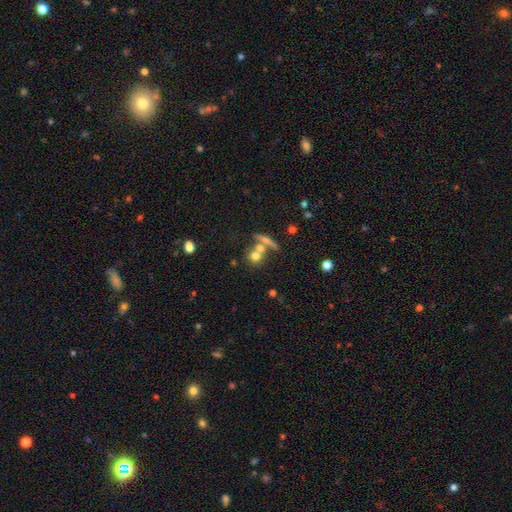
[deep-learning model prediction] smooth_or_featured: smooth (p=0.68) [alt: featured or disk p=0.20]
how_rounded: round (p=0.76) [alt: in between p=0.18]
merging: none (p=0.48) [alt: merger p=0.38]